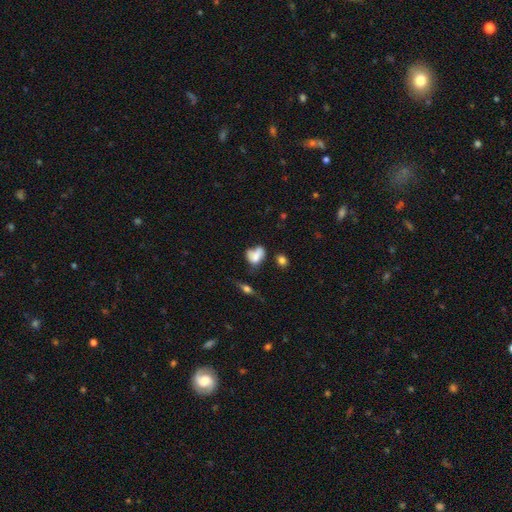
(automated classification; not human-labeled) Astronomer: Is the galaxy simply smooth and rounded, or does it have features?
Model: smooth — 66%.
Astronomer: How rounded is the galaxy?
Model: in between — 72%.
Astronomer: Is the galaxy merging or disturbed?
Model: none — 31% (runner-up: minor disturbance, 26%).